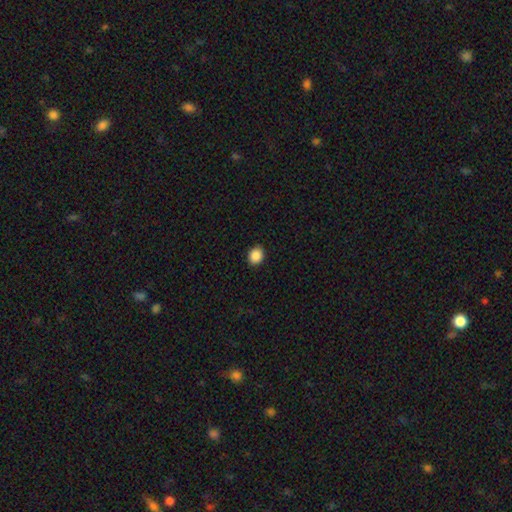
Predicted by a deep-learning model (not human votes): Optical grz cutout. It shows a smooth galaxy with no disk features (88%) that is round (62%). Merging: none (91%).